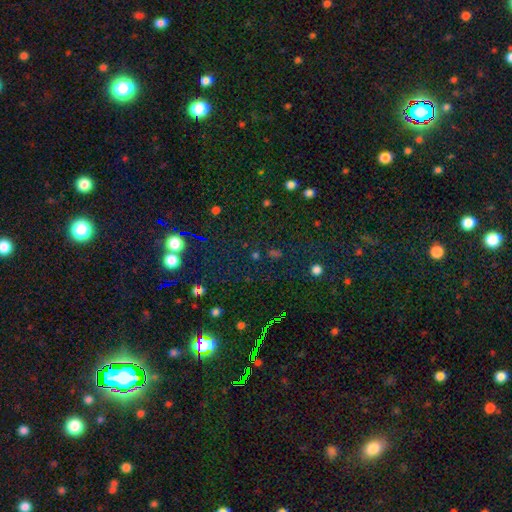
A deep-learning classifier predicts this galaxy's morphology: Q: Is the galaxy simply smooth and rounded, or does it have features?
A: star or artifact — 65%.